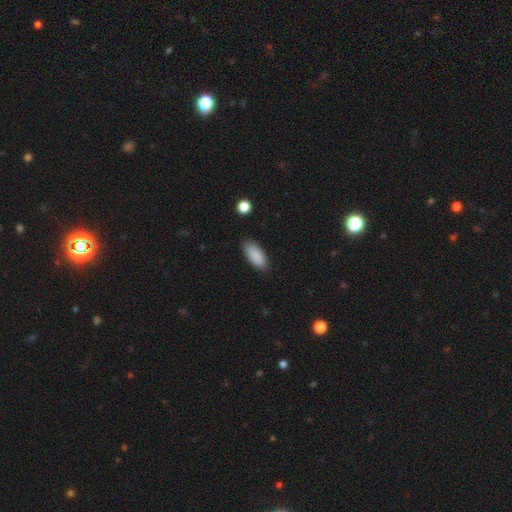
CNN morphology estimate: Smooth or featured? smooth (89%)
How rounded? in between (87%)
Merging? none (86%)